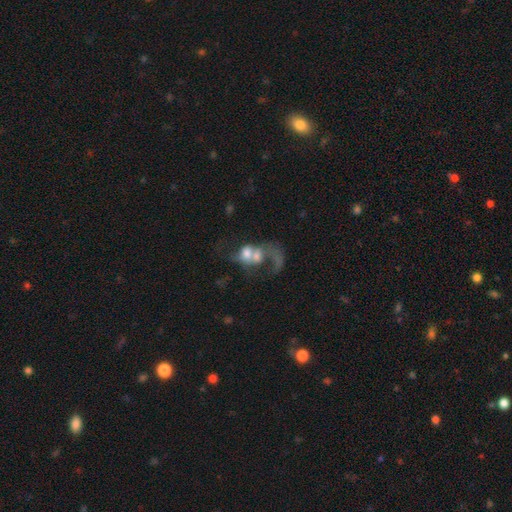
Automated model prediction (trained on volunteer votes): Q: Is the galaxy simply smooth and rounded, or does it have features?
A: featured or disk — 53%.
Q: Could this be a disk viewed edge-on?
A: no — 96%.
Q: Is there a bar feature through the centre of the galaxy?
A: no — 78%.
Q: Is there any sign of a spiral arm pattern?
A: yes — 51%.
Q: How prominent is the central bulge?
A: moderate — 42%.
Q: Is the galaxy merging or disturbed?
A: merger — 68%.